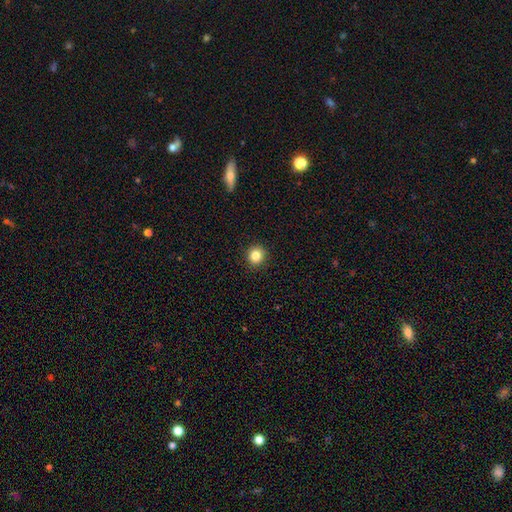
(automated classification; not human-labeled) Smooth or featured: smooth — 84% (star or artifact — 11%)
How rounded: round — 90% (in between — 9%)
Merging: none — 92% (minor disturbance — 5%)